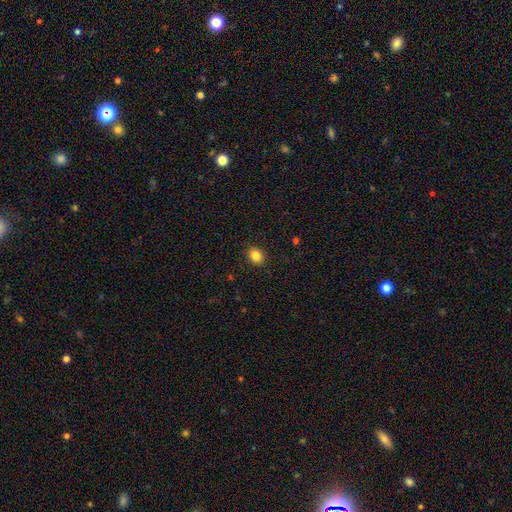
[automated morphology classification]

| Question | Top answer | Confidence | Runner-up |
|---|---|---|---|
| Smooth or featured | smooth | 84% | star or artifact (11%) |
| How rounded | in between | 51% | round (48%) |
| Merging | none | 89% | minor disturbance (8%) |